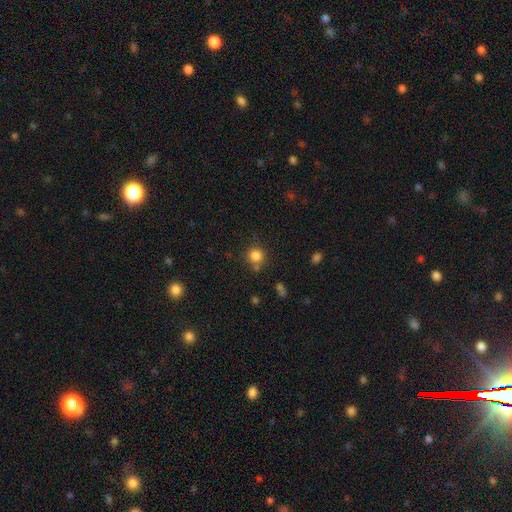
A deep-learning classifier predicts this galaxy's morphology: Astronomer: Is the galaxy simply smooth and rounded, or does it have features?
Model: smooth — 83%.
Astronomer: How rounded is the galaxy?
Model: round — 91%.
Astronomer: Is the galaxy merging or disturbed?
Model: none — 73%.